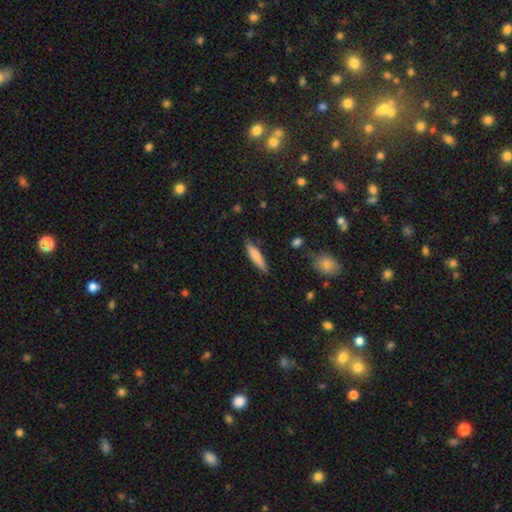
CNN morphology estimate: Q: Smooth or featured?
A: smooth (80%); runner-up: featured or disk (14%)
Q: How rounded?
A: cigar-shaped (75%); runner-up: in between (24%)
Q: Merging?
A: none (84%); runner-up: minor disturbance (12%)